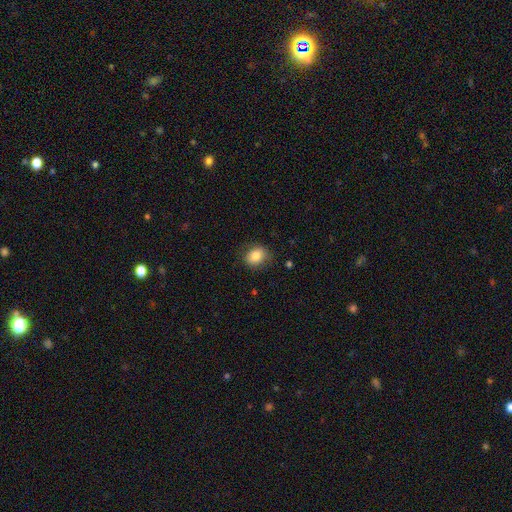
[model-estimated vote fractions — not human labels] Smooth or featured?
  - smooth: 82% *
  - star or artifact: 9%
  - featured or disk: 9%
How rounded?
  - round: 57% *
  - in between: 42%
  - cigar-shaped: 1%
Merging?
  - none: 79% *
  - minor disturbance: 16%
  - major disturbance: 4%
  - merger: 1%